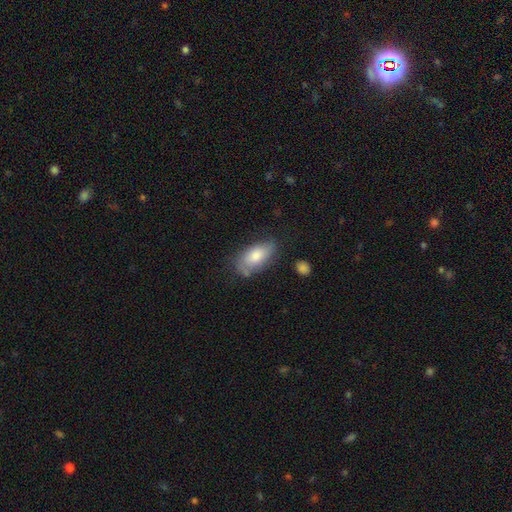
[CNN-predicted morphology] smooth_or_featured: smooth (p=0.74) [alt: featured or disk p=0.20]
how_rounded: in between (p=0.91) [alt: cigar-shaped p=0.06]
merging: none (p=0.65) [alt: minor disturbance p=0.25]